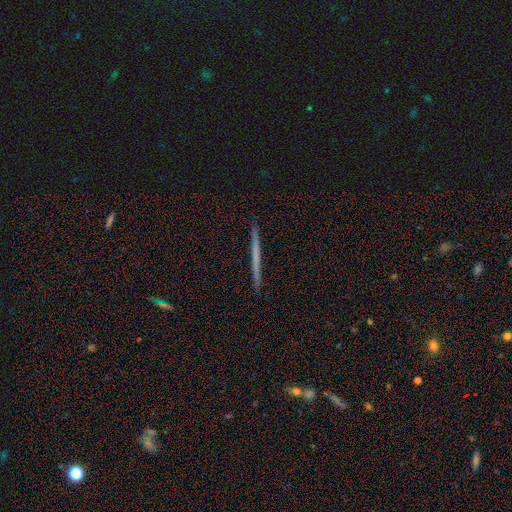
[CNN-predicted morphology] A featured or disk galaxy (49%). Merging: none (92%).